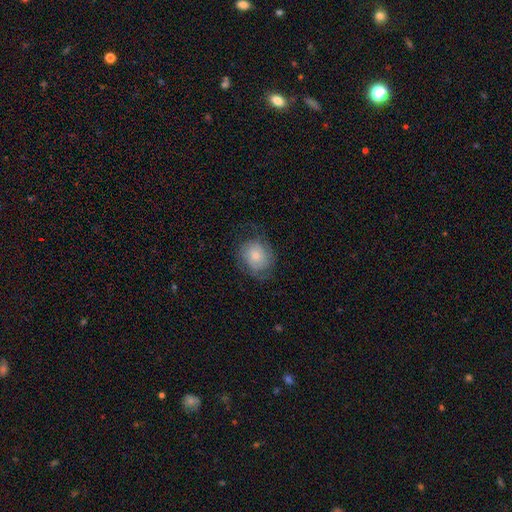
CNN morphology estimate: Smooth or featured?
  - smooth: 55% *
  - featured or disk: 38%
  - star or artifact: 8%
How rounded?
  - round: 67% *
  - in between: 32%
  - cigar-shaped: 1%
Merging?
  - none: 62% *
  - minor disturbance: 23%
  - major disturbance: 14%
  - merger: 1%